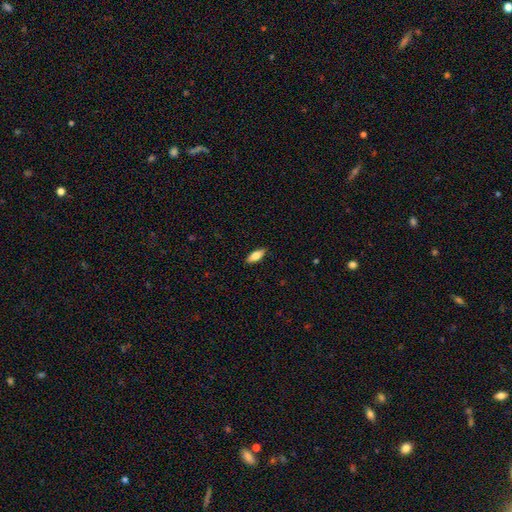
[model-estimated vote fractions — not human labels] A smooth galaxy with no disk features (81%) that is in between round and cigar-shaped (76%). Merging: none (88%).